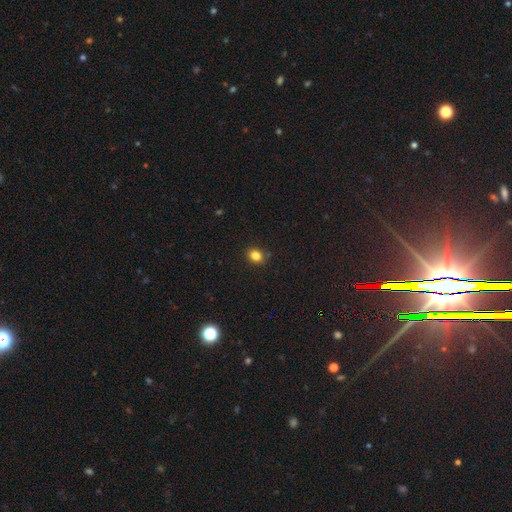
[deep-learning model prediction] Q: Smooth or featured?
A: smooth (82%); runner-up: star or artifact (13%)
Q: How rounded?
A: round (59%); runner-up: in between (40%)
Q: Merging?
A: none (86%); runner-up: minor disturbance (10%)